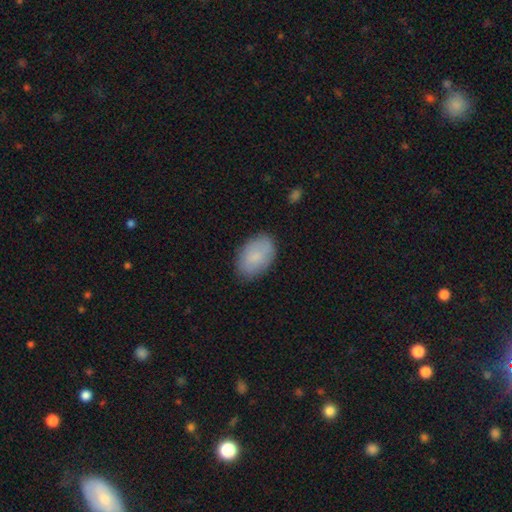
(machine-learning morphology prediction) This is clearly a smooth galaxy (83%). How rounded: clearly in between (89%). Merging: clearly none (82%).